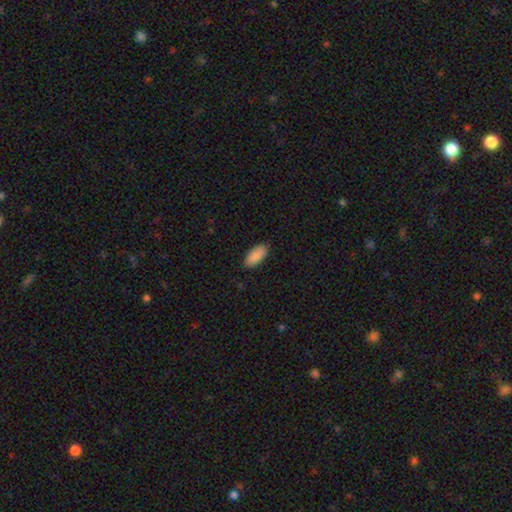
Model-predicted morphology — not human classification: smooth-or-featured: smooth: 91% | star or artifact: 6% | featured or disk: 3%
  how-rounded: in between: 87% | cigar-shaped: 11% | round: 2%
  merging: none: 89% | minor disturbance: 8% | major disturbance: 2% | merger: 1%